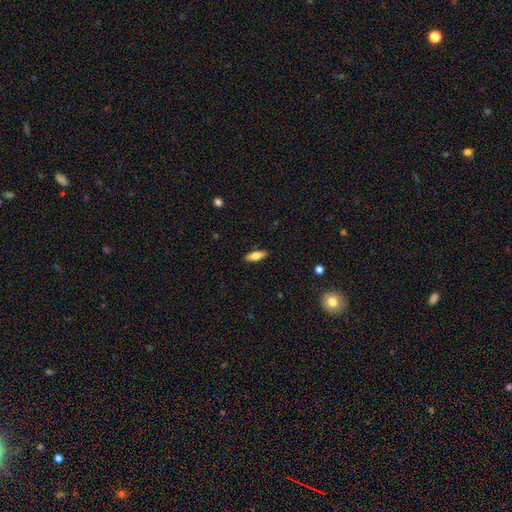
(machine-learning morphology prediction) This is likely a smooth galaxy (69%). How rounded: likely in between (66%). Merging: clearly none (89%).